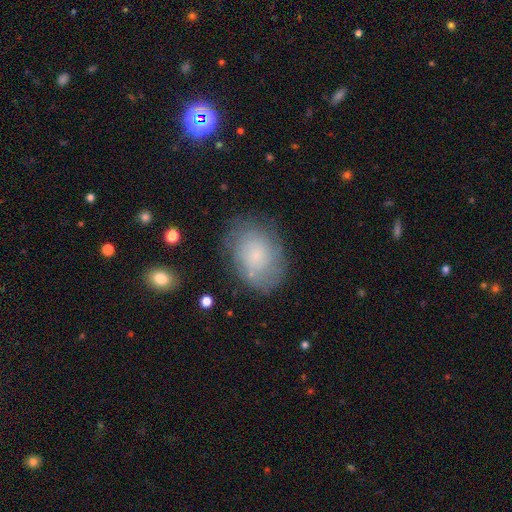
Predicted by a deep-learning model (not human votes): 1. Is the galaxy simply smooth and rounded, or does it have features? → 48% smooth, 41% featured or disk, 10% star or artifact.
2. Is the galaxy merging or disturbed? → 70% none, 19% minor disturbance, 8% major disturbance, 2% merger.